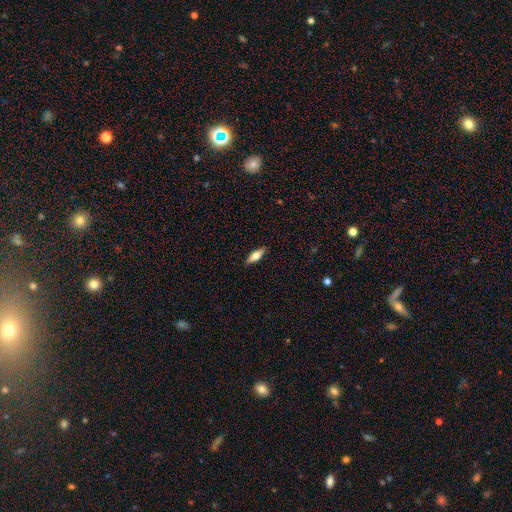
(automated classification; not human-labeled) A smooth galaxy with no disk features (58%) that is in between round and cigar-shaped (54%).

Vote fractions:
- Smooth or featured? smooth: 58% / featured or disk: 36% / star or artifact: 6%
- How rounded? in between: 54% / cigar-shaped: 43% / round: 3%
- Merging? none: 88% / minor disturbance: 9% / major disturbance: 2% / merger: 1%